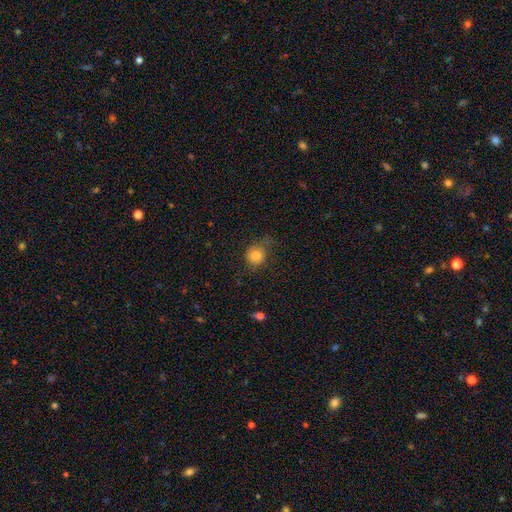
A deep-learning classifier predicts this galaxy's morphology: type=smooth (82%); roundness=round (78%); merging=none (64%).